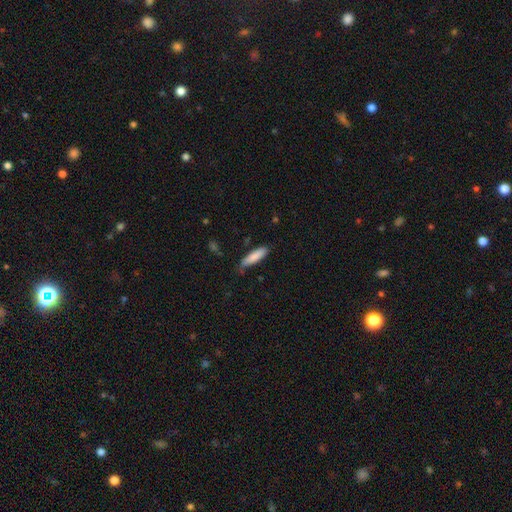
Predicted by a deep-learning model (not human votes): smooth_or_featured: smooth (p=0.85) [alt: featured or disk p=0.10]
how_rounded: cigar-shaped (p=0.69) [alt: in between p=0.29]
merging: none (p=0.75) [alt: minor disturbance p=0.20]